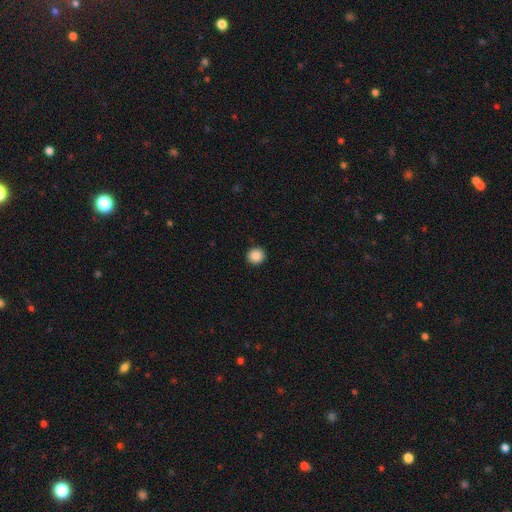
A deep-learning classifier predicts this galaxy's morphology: Q: Smooth or featured?
A: smooth (87%); runner-up: star or artifact (9%)
Q: How rounded?
A: round (95%); runner-up: in between (4%)
Q: Merging?
A: none (93%); runner-up: minor disturbance (4%)